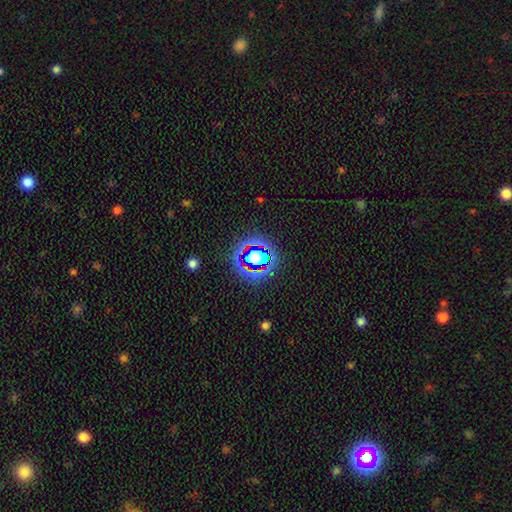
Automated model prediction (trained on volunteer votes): A star or artifact, not a galaxy (58%).

Vote fractions:
- Smooth or featured? star or artifact: 58% / smooth: 29% / featured or disk: 13%